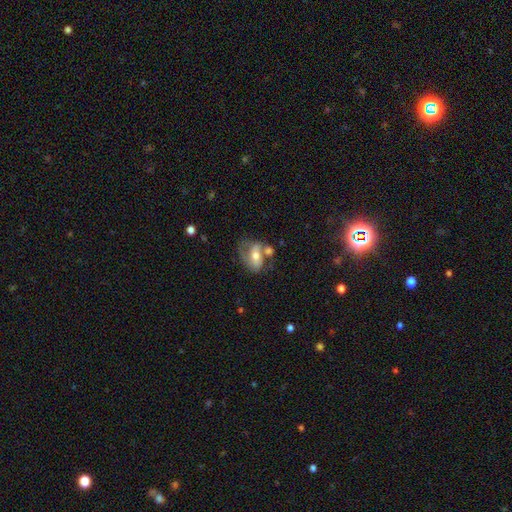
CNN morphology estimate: Smooth or featured? featured or disk (52%)
Edge-on disk? no (93%)
Merging? none (36%)